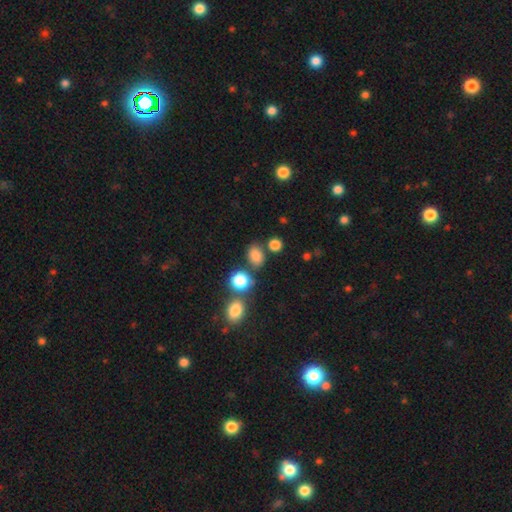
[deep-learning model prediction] Smooth or featured? smooth (81%)
How rounded? in between (62%)
Merging? none (72%)